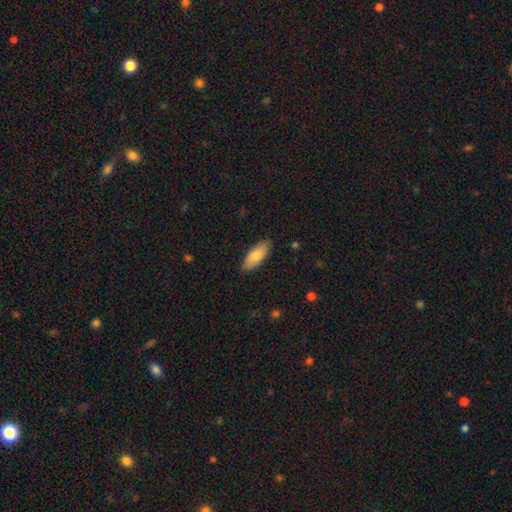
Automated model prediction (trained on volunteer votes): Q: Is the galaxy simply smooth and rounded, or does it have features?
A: smooth — 79%.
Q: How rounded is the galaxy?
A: in between — 82%.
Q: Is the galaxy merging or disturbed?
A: none — 87%.